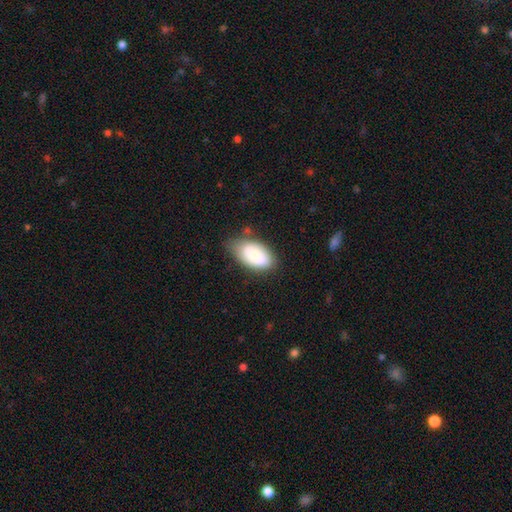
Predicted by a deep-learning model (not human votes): This appears to be a smooth galaxy with no disk features (68%) that is in between round and cigar-shaped (94%). Merging: none (65%).